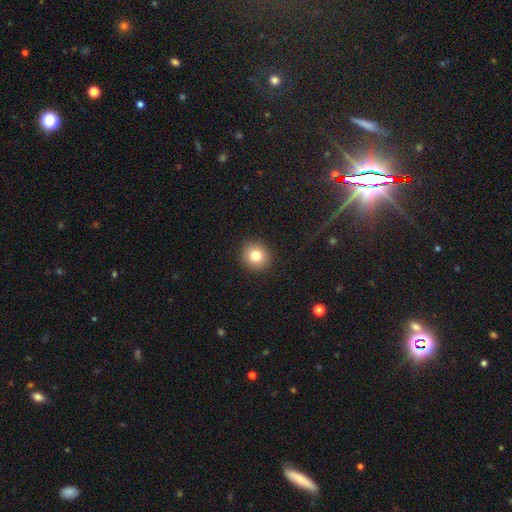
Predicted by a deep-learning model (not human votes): Smooth or featured: smooth — 81% (star or artifact — 10%)
How rounded: round — 89% (in between — 10%)
Merging: none — 91% (minor disturbance — 6%)